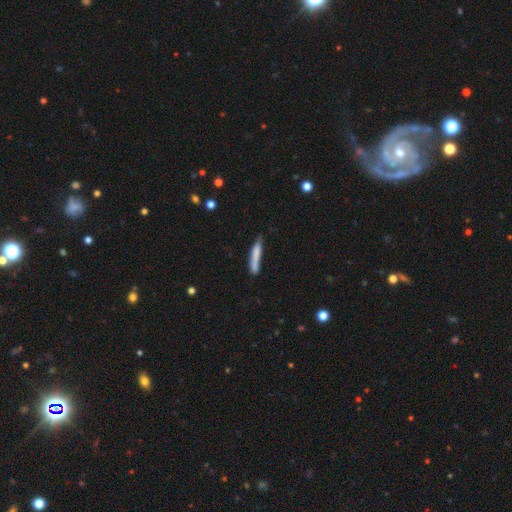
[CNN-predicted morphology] Smooth or featured? Predicted: smooth (p=0.77). How rounded? Predicted: cigar-shaped (p=0.92). Merging? Predicted: none (p=0.66).